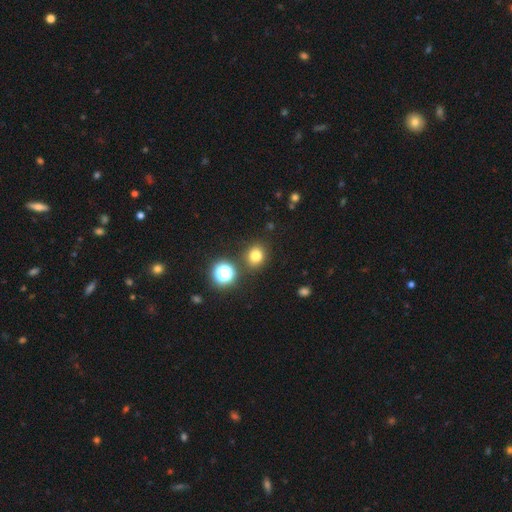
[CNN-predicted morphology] Smooth or featured? smooth (75%)
How rounded? round (74%)
Merging? none (82%)